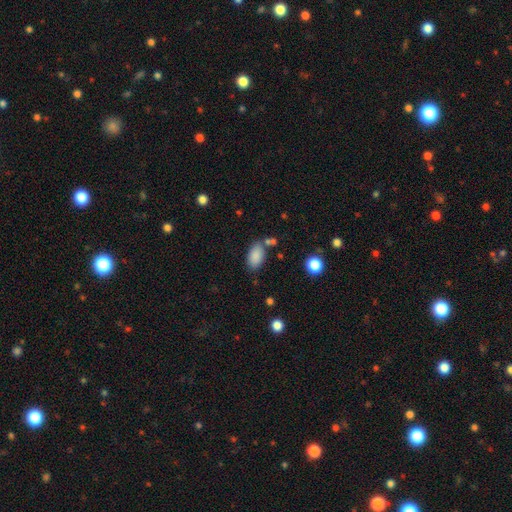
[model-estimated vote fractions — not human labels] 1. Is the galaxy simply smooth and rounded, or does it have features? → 87% smooth, 8% star or artifact, 5% featured or disk.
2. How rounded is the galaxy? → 93% in between, 5% round, 2% cigar-shaped.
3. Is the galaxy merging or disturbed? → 72% none, 15% minor disturbance, 9% merger, 4% major disturbance.